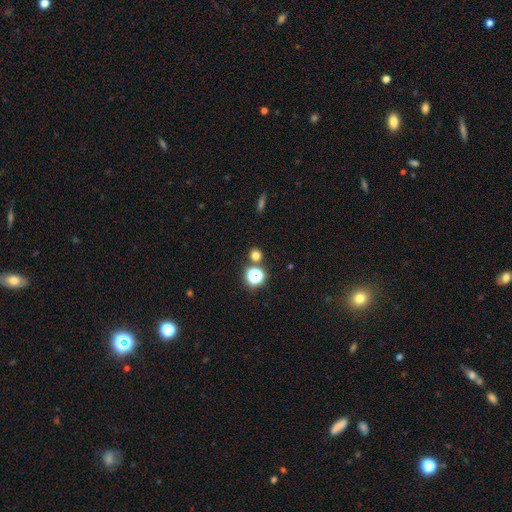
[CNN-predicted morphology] This appears to be a smooth galaxy with no disk features (68%) that is round (90%). Merging: none (80%).